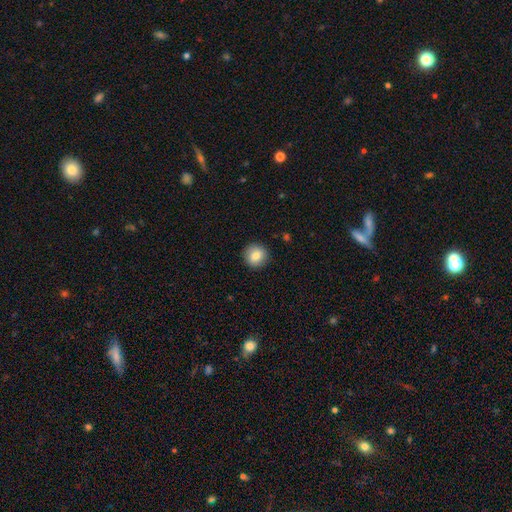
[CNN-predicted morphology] A smooth galaxy with no disk features (82%) that is round (94%).

Vote fractions:
- Smooth or featured? smooth: 82% / featured or disk: 9% / star or artifact: 9%
- How rounded? round: 94% / in between: 5% / cigar-shaped: 1%
- Merging? none: 92% / minor disturbance: 6% / major disturbance: 2% / merger: 1%